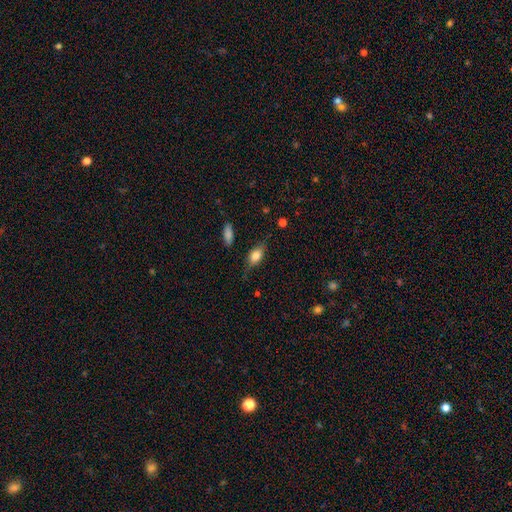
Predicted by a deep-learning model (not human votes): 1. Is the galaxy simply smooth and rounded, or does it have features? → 72% smooth, 20% featured or disk, 8% star or artifact.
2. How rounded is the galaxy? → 83% in between, 9% cigar-shaped, 8% round.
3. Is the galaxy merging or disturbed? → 66% none, 24% minor disturbance, 7% major disturbance, 2% merger.